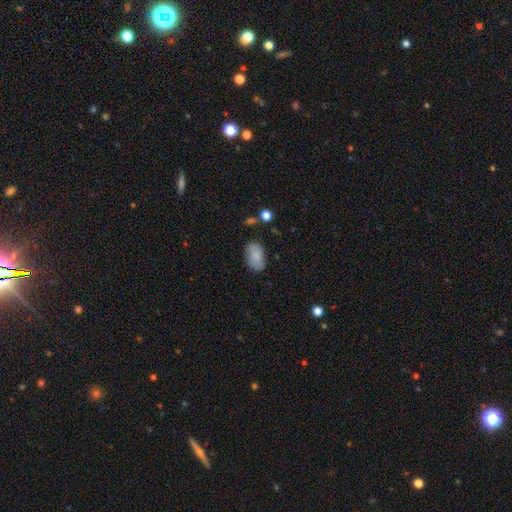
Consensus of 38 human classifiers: A smooth galaxy with no disk features (58%) that is in between round and cigar-shaped (86%). Merging: none (69%).